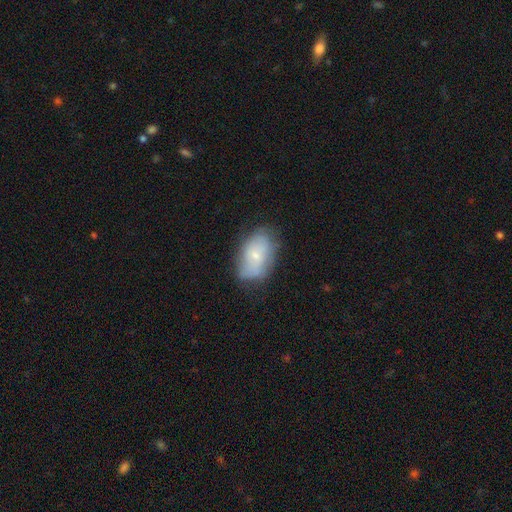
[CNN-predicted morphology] Smooth or featured? smooth (58%)
How rounded? in between (89%)
Merging? none (61%)